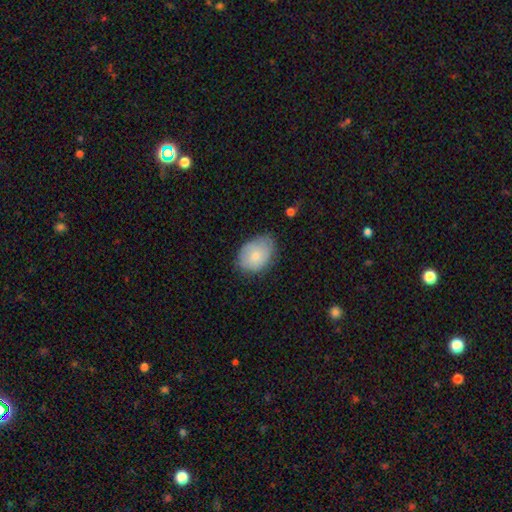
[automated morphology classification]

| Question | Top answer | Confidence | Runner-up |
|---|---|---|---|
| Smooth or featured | smooth | 72% | featured or disk (22%) |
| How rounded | in between | 75% | round (24%) |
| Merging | none | 60% | minor disturbance (32%) |